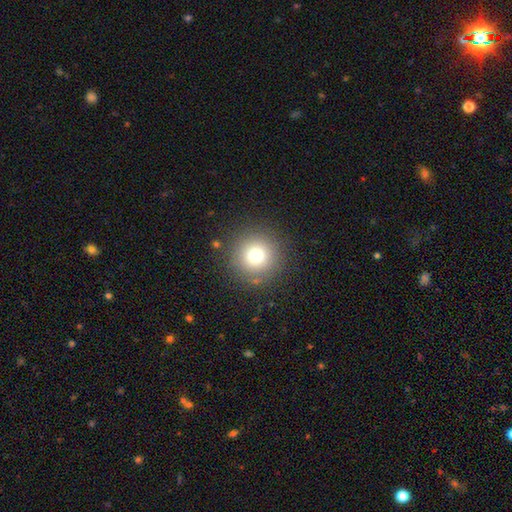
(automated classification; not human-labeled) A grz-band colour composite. It shows a smooth galaxy with no disk features (76%) that is round (96%). Merging: none (88%).